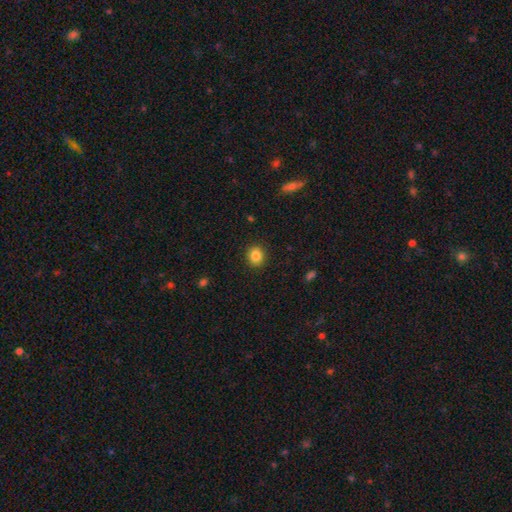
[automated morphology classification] smooth 85%, star or artifact 10%, featured or disk 5%. Down the decision tree: how rounded — round (74%); merging — none (90%).